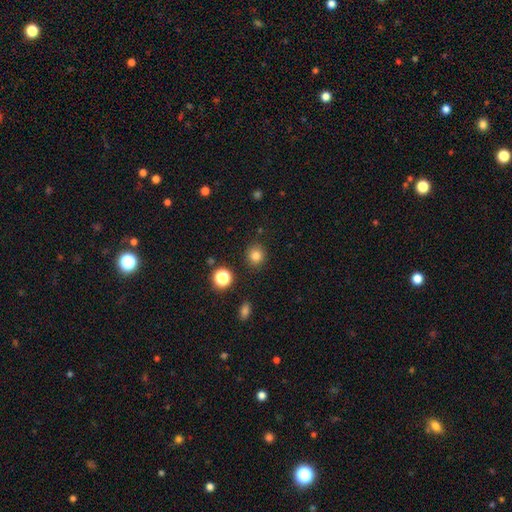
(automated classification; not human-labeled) Smooth or featured?
  - smooth: 81% *
  - star or artifact: 13%
  - featured or disk: 5%
How rounded?
  - round: 88% *
  - in between: 11%
  - cigar-shaped: 1%
Merging?
  - none: 88% *
  - minor disturbance: 7%
  - major disturbance: 3%
  - merger: 2%